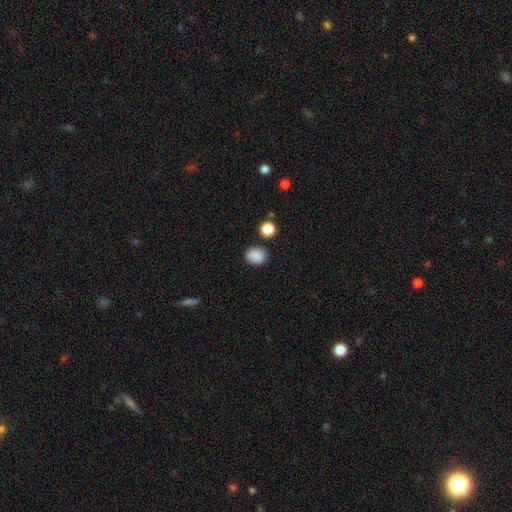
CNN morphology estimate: smooth_or_featured: smooth (p=0.88) [alt: star or artifact p=0.09]
how_rounded: round (p=0.52) [alt: in between p=0.47]
merging: none (p=0.85) [alt: minor disturbance p=0.09]